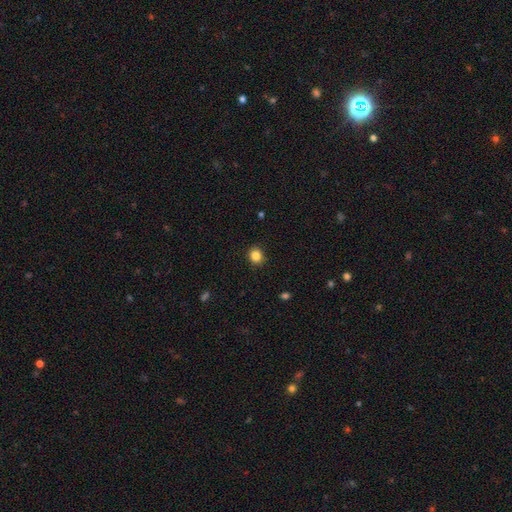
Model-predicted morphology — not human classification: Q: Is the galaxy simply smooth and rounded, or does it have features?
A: smooth — 85%.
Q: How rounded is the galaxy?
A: round — 79%.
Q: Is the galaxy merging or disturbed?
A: none — 91%.